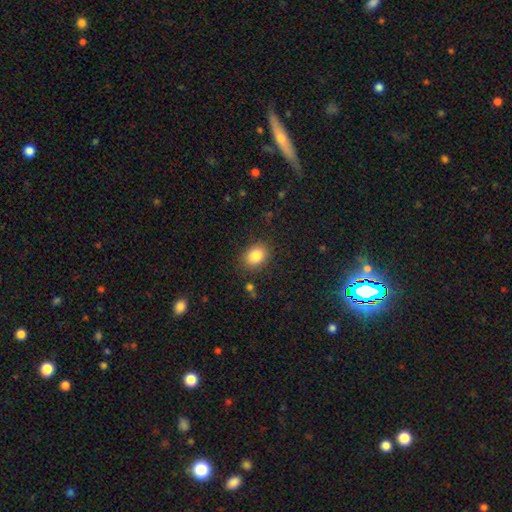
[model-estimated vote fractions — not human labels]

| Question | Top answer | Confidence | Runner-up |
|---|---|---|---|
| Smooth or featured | smooth | 85% | star or artifact (9%) |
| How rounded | in between | 61% | round (38%) |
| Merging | none | 85% | minor disturbance (10%) |